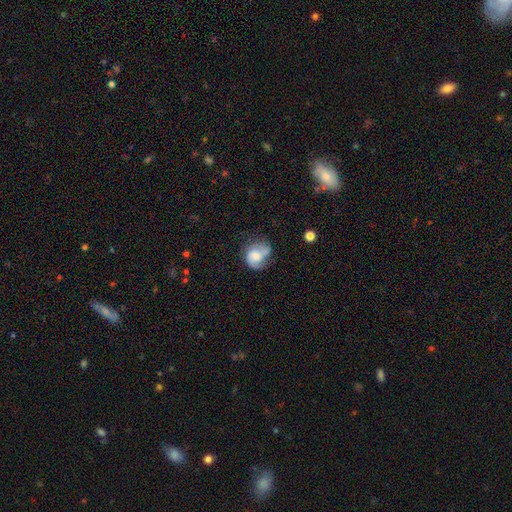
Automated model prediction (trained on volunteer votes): featured or disk 50%, smooth 42%, star or artifact 8%. Down the decision tree: merging — none (40%).